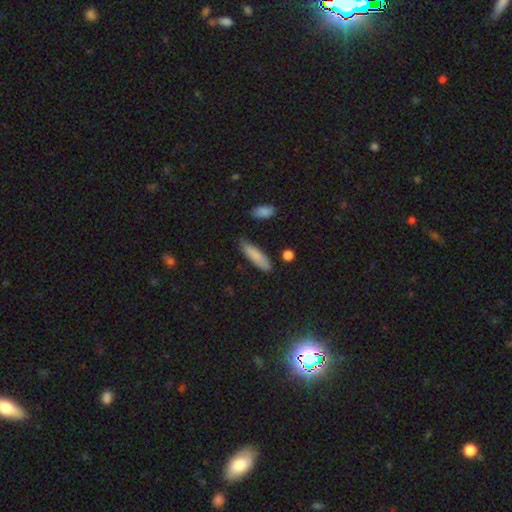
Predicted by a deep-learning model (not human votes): Smooth or featured? Predicted: smooth (p=0.82). How rounded? Predicted: cigar-shaped (p=0.64). Merging? Predicted: none (p=0.76).